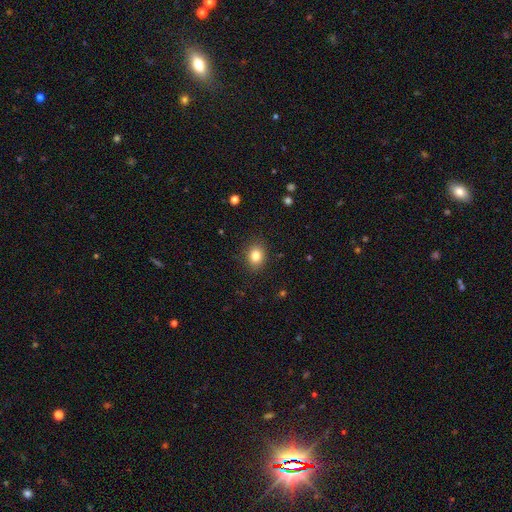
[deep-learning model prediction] The model was most divided on "how rounded": round: 52%, in between: 47%, cigar-shaped: 1%. More confident: merging — none (88%); smooth or featured — smooth (82%).